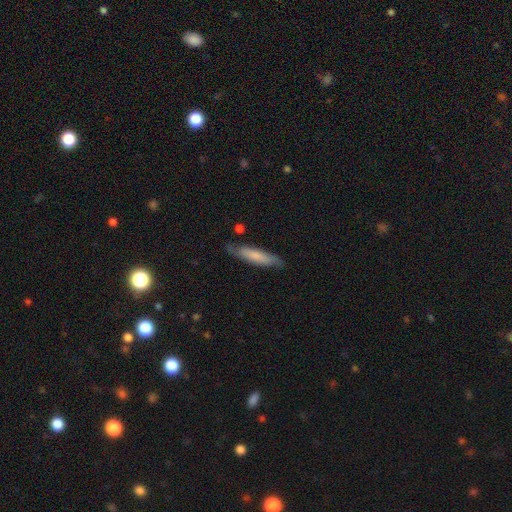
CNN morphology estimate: smooth-or-featured: smooth: 66% | featured or disk: 28% | star or artifact: 5%
  how-rounded: cigar-shaped: 82% | in between: 17% | round: 1%
  merging: none: 77% | minor disturbance: 17% | major disturbance: 3% | merger: 2%